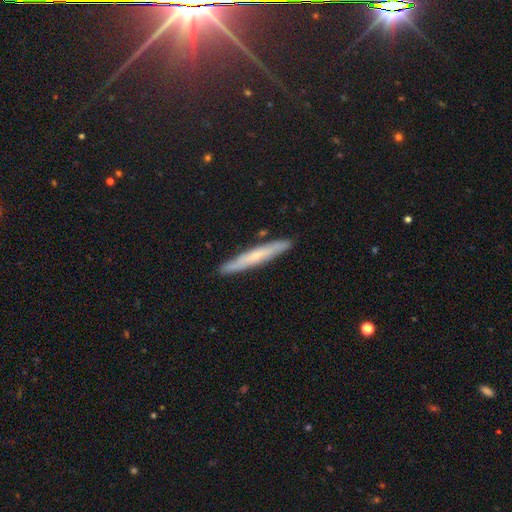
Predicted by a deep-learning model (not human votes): Morphology: type=smooth (47%); merging=none (89%).